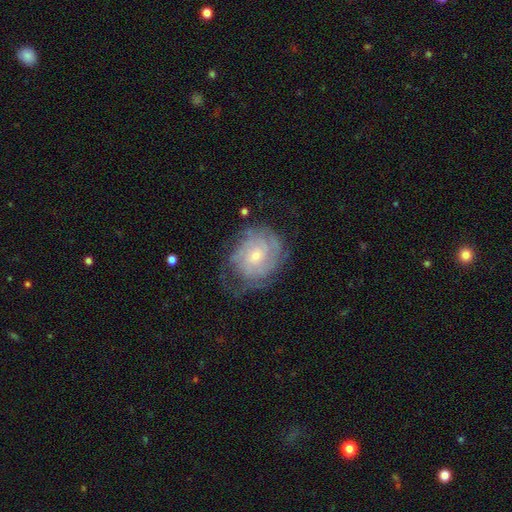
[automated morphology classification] A featured or disk galaxy (76%) with no bar (73%), tight (70%) spiral arms (91%) and a small central bulge (68%).

Vote fractions:
- Smooth or featured? featured or disk: 76% / smooth: 17% / star or artifact: 7%
- Edge-on disk? no: 97% / yes: 3%
- Bar? no: 73% / weak: 23% / strong: 4%
- Spiral arms? yes: 91% / no: 9%
- Spiral winding? tight: 70% / medium: 23% / loose: 7%
- Spiral arm count? can't tell: 49% / 2: 16% / 3: 14% / 4: 12% / more than 4: 5% / 1: 5%
- Bulge size? small: 68% / moderate: 28% / large: 1% / none: 1% / dominant: 1%
- Merging? none: 61% / minor disturbance: 24% / major disturbance: 14% / merger: 1%